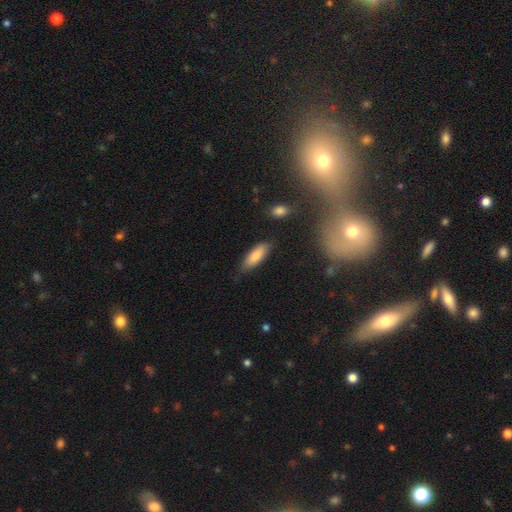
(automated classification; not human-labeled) Morphology: type=smooth (84%); roundness=in between (62%); merging=none (75%).